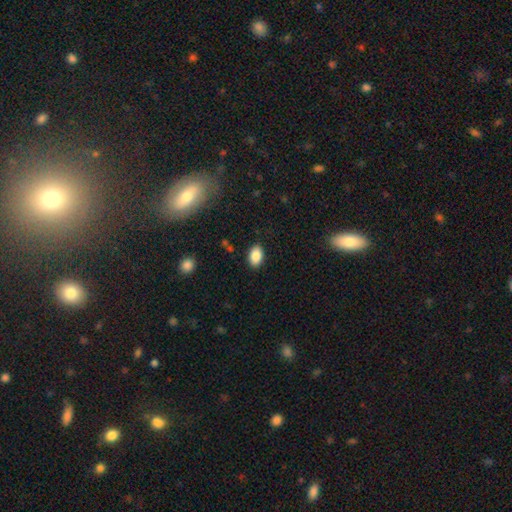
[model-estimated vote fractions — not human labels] Smooth or featured? Predicted: smooth (p=0.87). How rounded? Predicted: in between (p=0.88). Merging? Predicted: none (p=0.87).